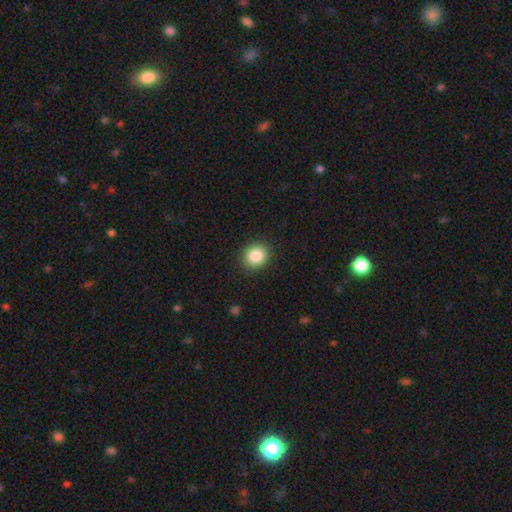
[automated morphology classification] This is clearly a smooth galaxy (86%). How rounded: likely round (80%). Merging: clearly none (91%).